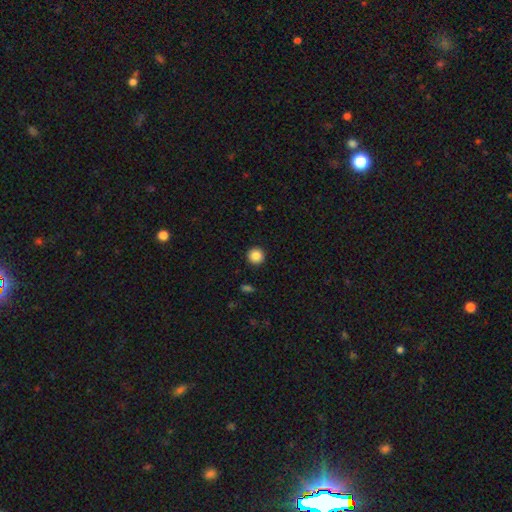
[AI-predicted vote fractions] This is clearly a smooth galaxy (86%). How rounded: clearly round (96%). Merging: clearly none (93%).